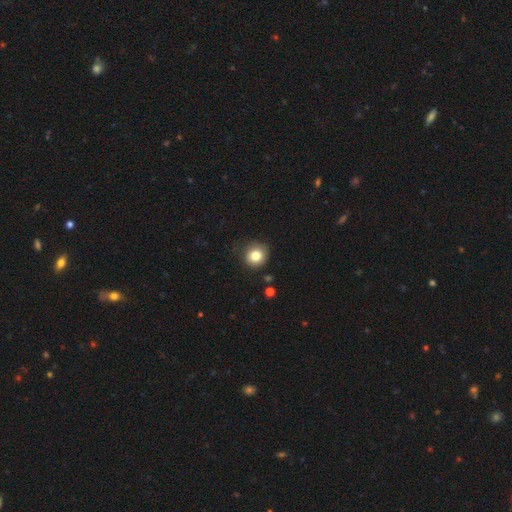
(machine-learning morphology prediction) Smooth or featured? Predicted: smooth (p=0.81). How rounded? Predicted: round (p=0.91). Merging? Predicted: none (p=0.82).